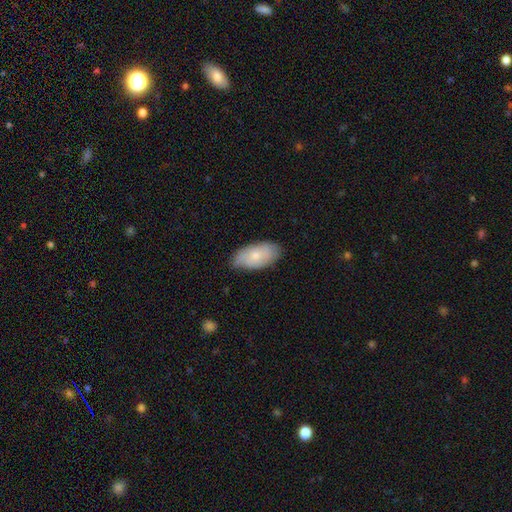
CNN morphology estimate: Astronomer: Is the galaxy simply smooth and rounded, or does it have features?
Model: smooth — 68%.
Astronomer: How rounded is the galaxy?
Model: in between — 94%.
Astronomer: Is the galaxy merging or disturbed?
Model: none — 69%.